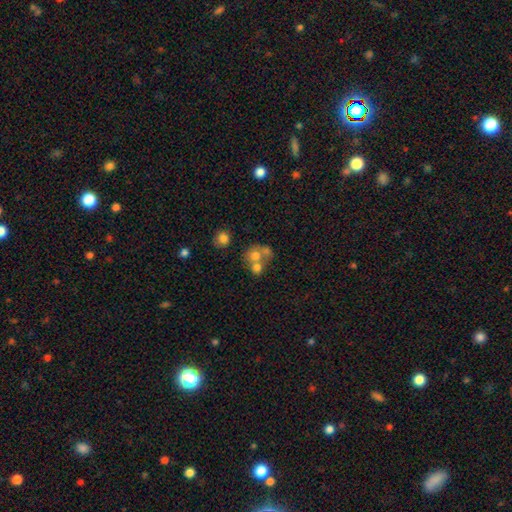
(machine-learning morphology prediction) A smooth galaxy with no disk features (65%) that is round (74%).

Vote fractions:
- Smooth or featured? smooth: 65% / featured or disk: 22% / star or artifact: 13%
- How rounded? round: 74% / in between: 25% / cigar-shaped: 1%
- Merging? merger: 56% / none: 31% / minor disturbance: 8% / major disturbance: 6%